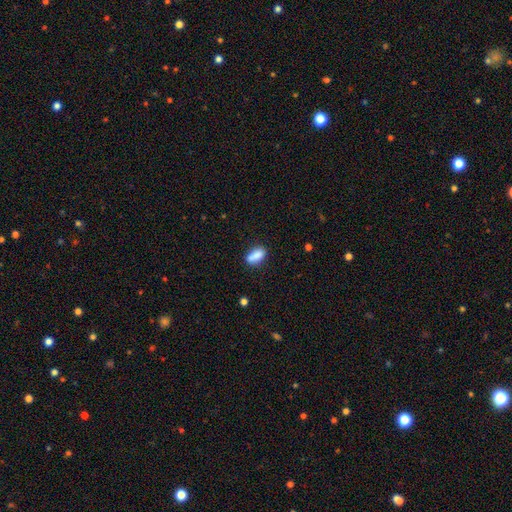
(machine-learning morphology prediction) The model was most divided on "merging": none: 71%, minor disturbance: 18%, merger: 7%, major disturbance: 4%. More confident: smooth or featured — smooth (85%); how rounded — in between (82%).